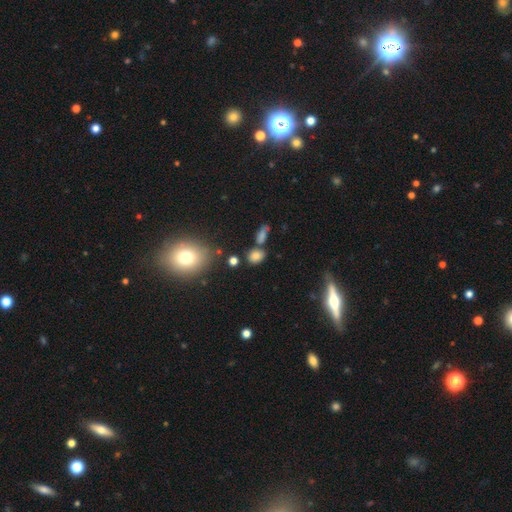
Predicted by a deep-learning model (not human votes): smooth 76%, star or artifact 15%, featured or disk 9%. Down the decision tree: how rounded — in between (54%); merging — none (66%).